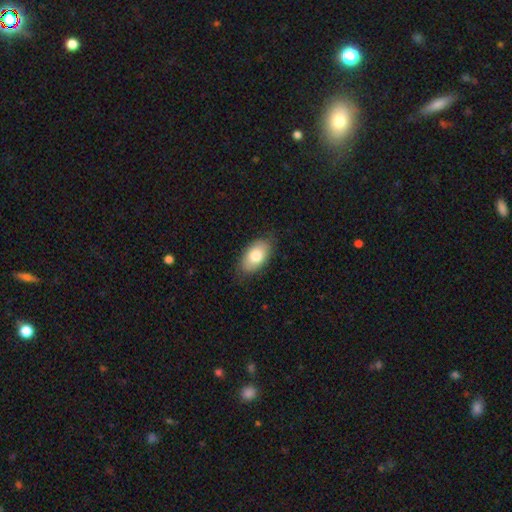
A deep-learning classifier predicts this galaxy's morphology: type=smooth (78%); roundness=in between (93%); merging=none (81%).